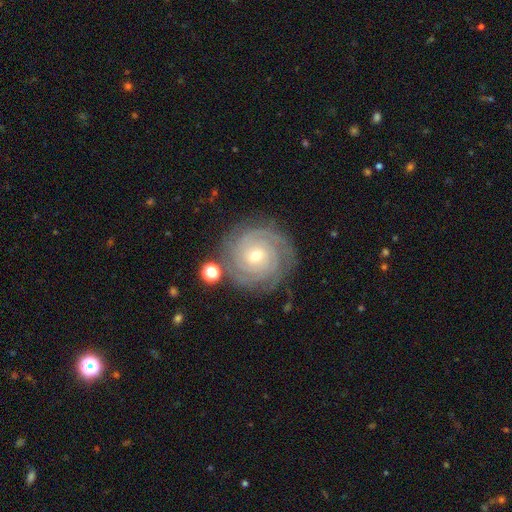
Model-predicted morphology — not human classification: This appears to be a featured or disk galaxy (89%) with no bar (61%), 3 (29%) tight (86%) spiral arms (98%) and a small central bulge (54%). Merging: none (83%).